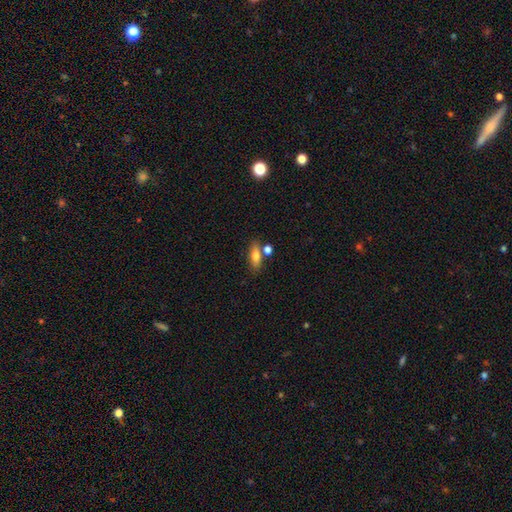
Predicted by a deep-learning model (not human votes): Smooth or featured? Predicted: smooth (p=0.74). How rounded? Predicted: in between (p=0.65). Merging? Predicted: none (p=0.66).